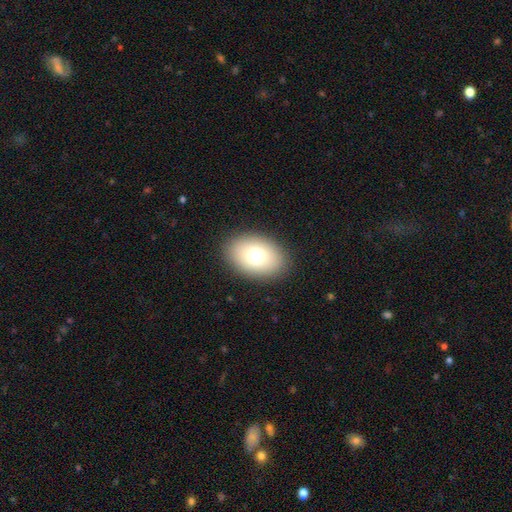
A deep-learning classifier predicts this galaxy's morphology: type=smooth (75%); roundness=in between (84%); merging=none (88%).